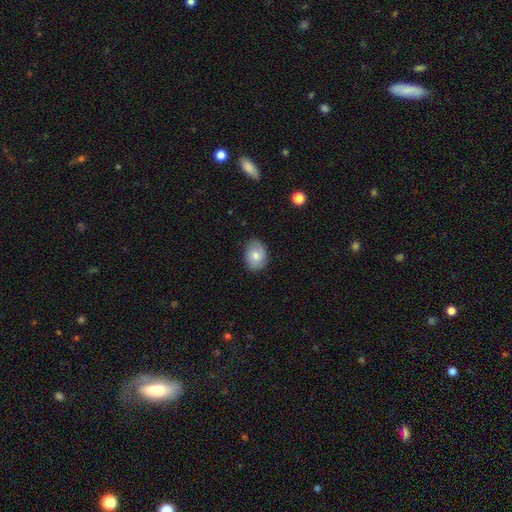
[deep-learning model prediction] smooth 70%, featured or disk 22%, star or artifact 7%. Down the decision tree: how rounded — in between (68%); merging — none (77%).